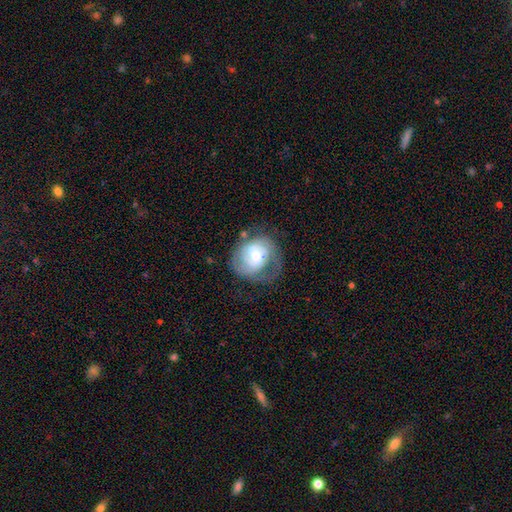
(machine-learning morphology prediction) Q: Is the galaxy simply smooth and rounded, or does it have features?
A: featured or disk — 76%.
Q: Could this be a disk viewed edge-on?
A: no — 98%.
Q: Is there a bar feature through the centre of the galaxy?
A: weak — 45%.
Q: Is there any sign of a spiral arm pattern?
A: yes — 90%.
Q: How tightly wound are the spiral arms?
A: tight — 51%.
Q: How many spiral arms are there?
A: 2 — 50%.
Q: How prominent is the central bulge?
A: moderate — 49%.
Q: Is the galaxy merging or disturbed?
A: none — 55%.